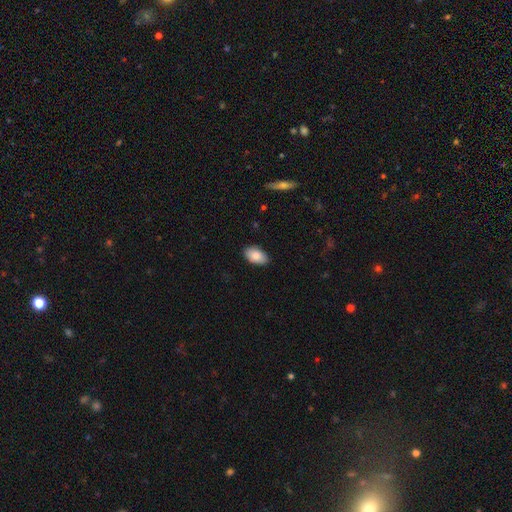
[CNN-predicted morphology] Smooth or featured? smooth (84%)
How rounded? in between (94%)
Merging? none (87%)